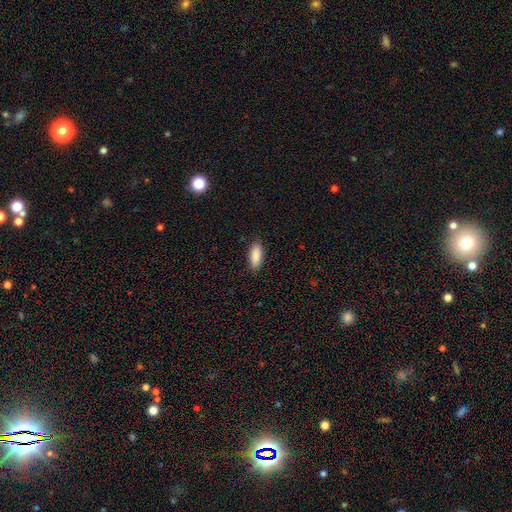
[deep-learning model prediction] Smooth or featured? Predicted: smooth (p=0.88). How rounded? Predicted: in between (p=0.78). Merging? Predicted: none (p=0.88).